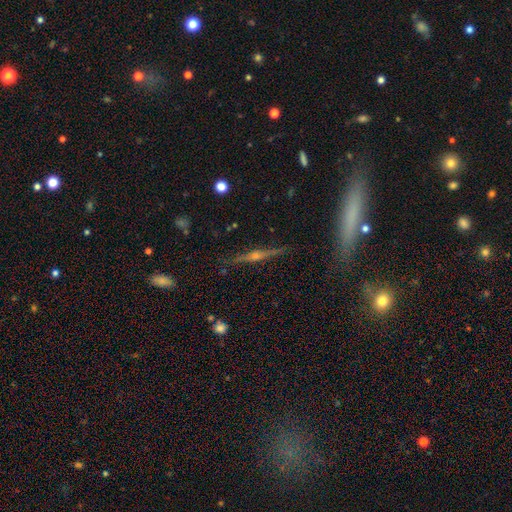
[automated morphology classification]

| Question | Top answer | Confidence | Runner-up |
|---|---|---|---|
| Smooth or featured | featured or disk | 75% | smooth (14%) |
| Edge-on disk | yes | 96% | no (4%) |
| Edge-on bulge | rounded | 85% | none (9%) |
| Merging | none | 87% | minor disturbance (9%) |